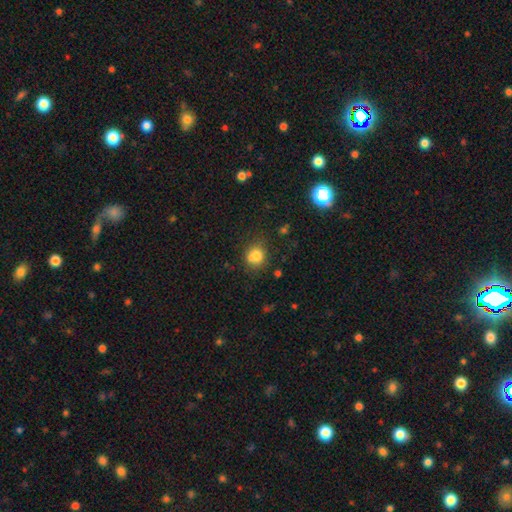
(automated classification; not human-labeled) smooth-or-featured: smooth: 75% | star or artifact: 12% | featured or disk: 12%
  how-rounded: round: 72% | in between: 27% | cigar-shaped: 1%
  merging: none: 50% | merger: 28% | minor disturbance: 16% | major disturbance: 6%